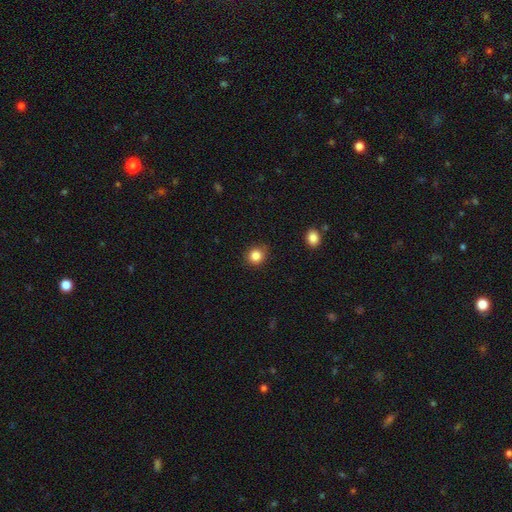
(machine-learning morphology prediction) Smooth or featured? smooth (85%)
How rounded? round (86%)
Merging? none (86%)